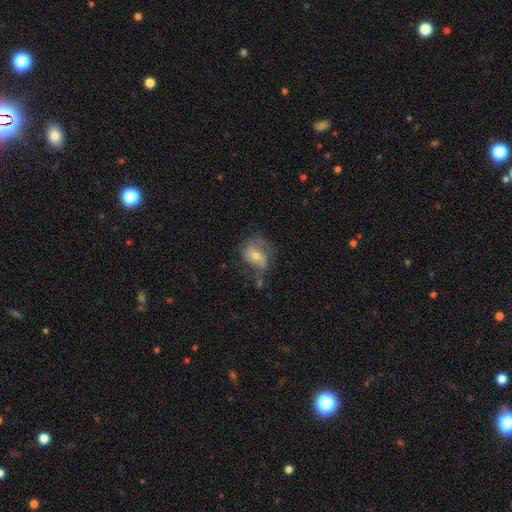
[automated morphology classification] type=featured or disk (52%); edge-on=no (96%); bar=no (53%); spiral arms=yes (73%); bulge=moderate (63%); merging=none (48%).